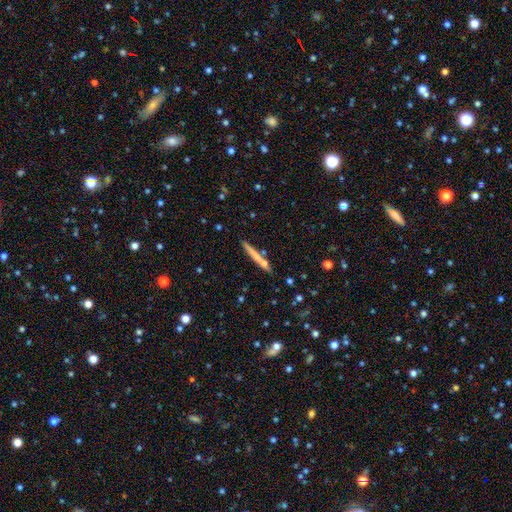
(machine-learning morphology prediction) smooth 59%, featured or disk 34%, star or artifact 7%. Down the decision tree: how rounded — cigar-shaped (95%); merging — none (77%).